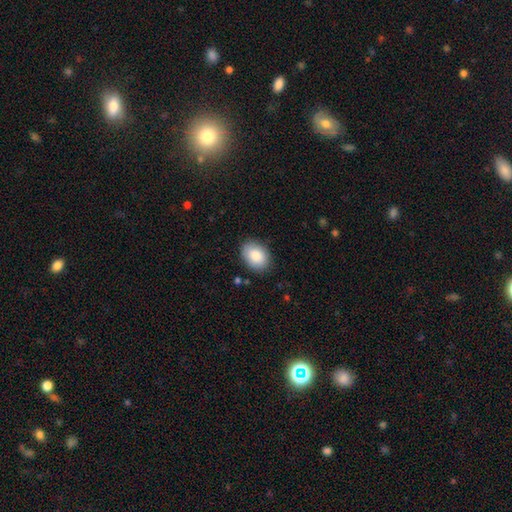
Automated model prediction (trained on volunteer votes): smooth 86%, featured or disk 8%, star or artifact 7%. Down the decision tree: how rounded — in between (77%); merging — none (85%).